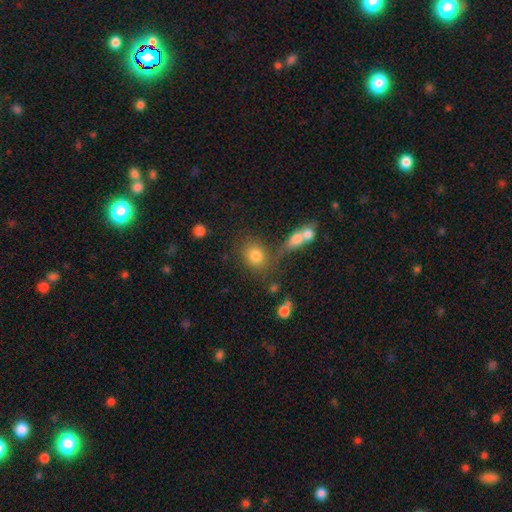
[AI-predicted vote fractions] Overall: smooth (79%). How rounded: round (64%; in between 34%). Merging: none (64%).